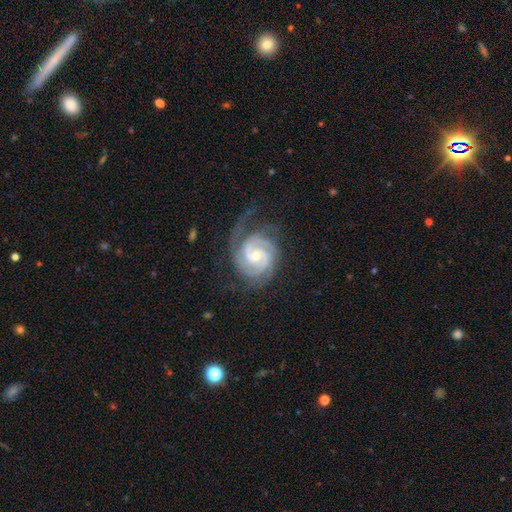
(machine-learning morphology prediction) Overall: featured or disk (92%). Edge-on disk: no (98%). Bar: no (55%; weak 35%). Spiral arms: yes (99%). Spiral arm count: 2 (44%; 3 31%). Spiral winding: tight (72%). Bulge size: small (57%; moderate 40%). Merging: none (65%).